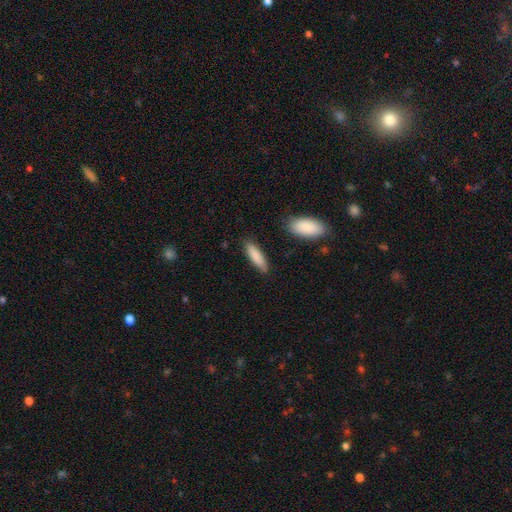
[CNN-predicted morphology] smooth 86%, featured or disk 8%, star or artifact 6%. Down the decision tree: how rounded — cigar-shaped (59%); merging — none (83%).